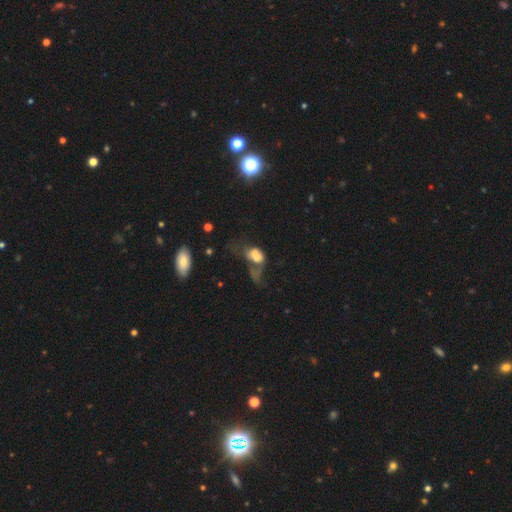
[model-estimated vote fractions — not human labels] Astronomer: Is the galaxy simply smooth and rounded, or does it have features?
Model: smooth — 58%.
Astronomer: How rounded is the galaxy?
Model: in between — 76%.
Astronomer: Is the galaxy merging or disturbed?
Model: major disturbance — 41% (runner-up: merger, 37%).